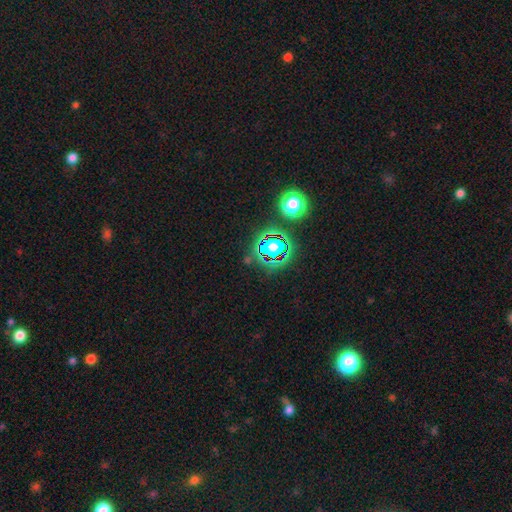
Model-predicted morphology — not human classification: type=star or artifact (77%).